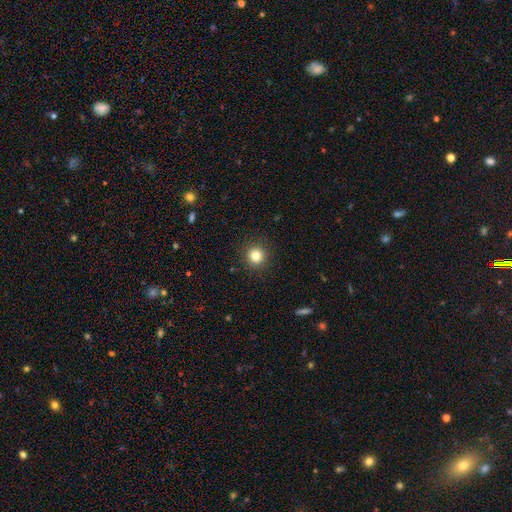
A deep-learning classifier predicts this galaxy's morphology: Q: Smooth or featured?
A: smooth (82%); runner-up: star or artifact (12%)
Q: How rounded?
A: round (95%); runner-up: in between (4%)
Q: Merging?
A: none (92%); runner-up: minor disturbance (5%)